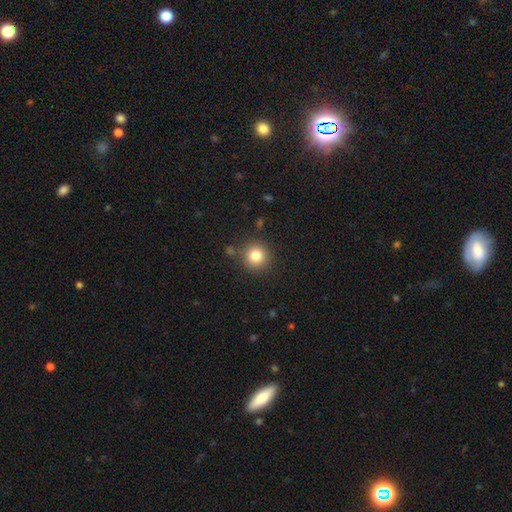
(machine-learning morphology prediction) type=smooth (82%); roundness=round (94%); merging=none (86%).